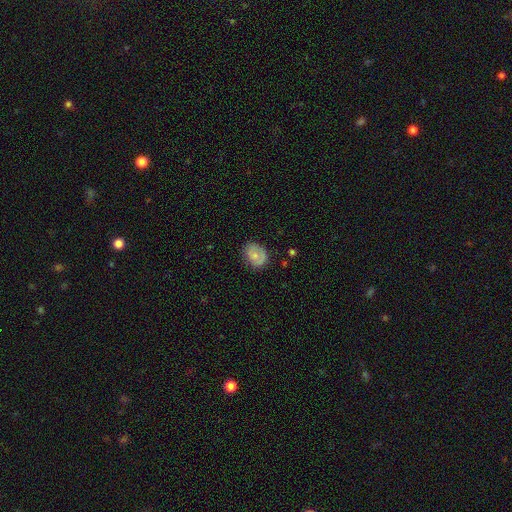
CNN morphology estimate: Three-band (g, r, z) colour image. It shows a smooth galaxy with no disk features (63%) that is in between round and cigar-shaped (56%). Merging: none (71%).